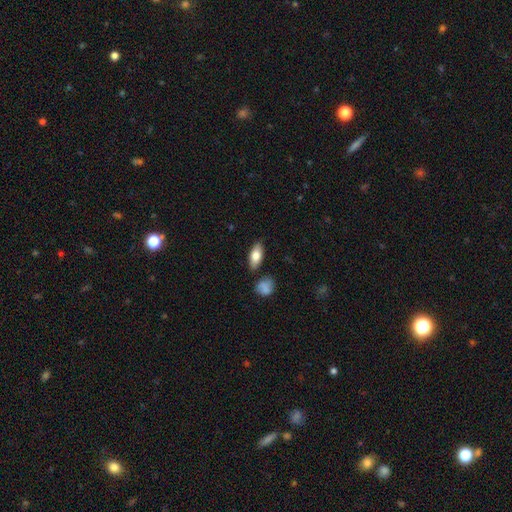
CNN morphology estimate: Smooth or featured?
  - smooth: 76% *
  - featured or disk: 17%
  - star or artifact: 6%
How rounded?
  - in between: 84% *
  - cigar-shaped: 13%
  - round: 3%
Merging?
  - none: 82% *
  - minor disturbance: 12%
  - merger: 3%
  - major disturbance: 2%